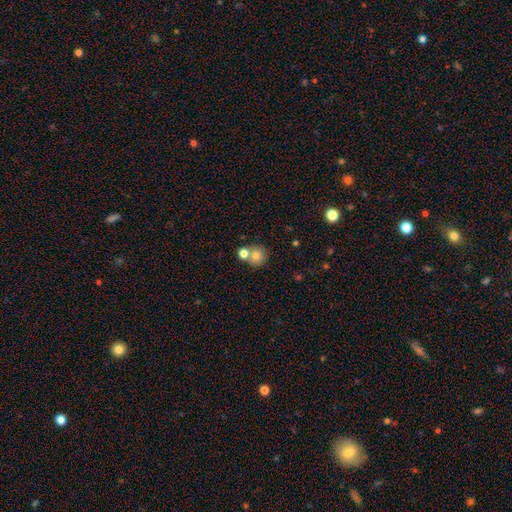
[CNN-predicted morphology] A smooth galaxy with no disk features (77%) that is round (87%).

Vote fractions:
- Smooth or featured? smooth: 77% / featured or disk: 12% / star or artifact: 11%
- How rounded? round: 87% / in between: 12% / cigar-shaped: 1%
- Merging? none: 51% / merger: 38% / minor disturbance: 8% / major disturbance: 3%